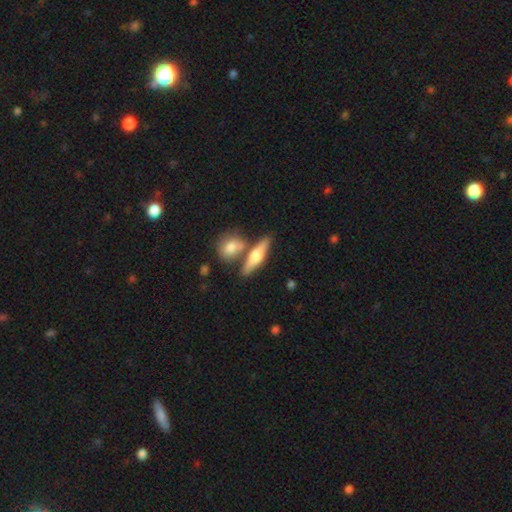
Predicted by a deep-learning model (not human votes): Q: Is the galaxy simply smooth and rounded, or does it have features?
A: smooth — 48%.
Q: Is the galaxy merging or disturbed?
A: none — 63%.